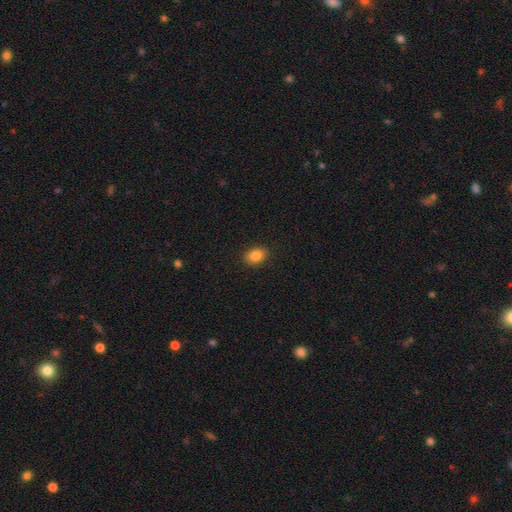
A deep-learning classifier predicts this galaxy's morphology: Smooth or featured? smooth (84%)
How rounded? in between (75%)
Merging? none (89%)